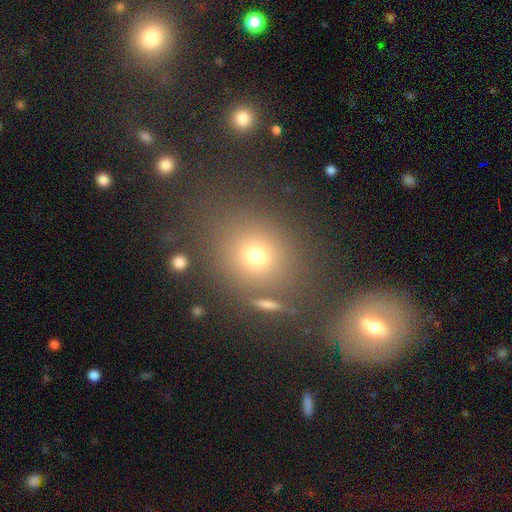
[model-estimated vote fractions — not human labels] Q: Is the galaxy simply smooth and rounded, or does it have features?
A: smooth — 72%.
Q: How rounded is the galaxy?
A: round — 73%.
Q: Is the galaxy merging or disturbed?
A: none — 76%.